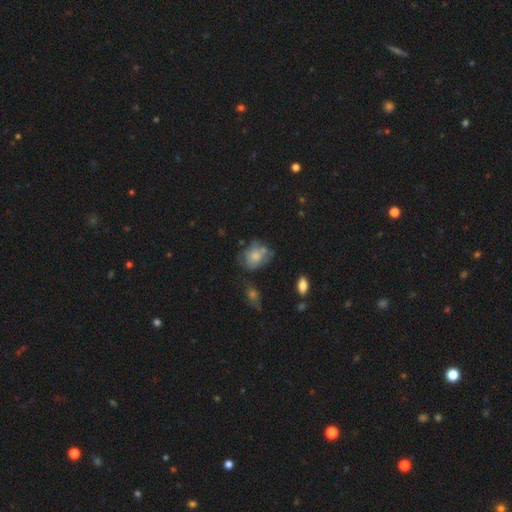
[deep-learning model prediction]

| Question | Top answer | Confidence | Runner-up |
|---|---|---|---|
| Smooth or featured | smooth | 66% | featured or disk (26%) |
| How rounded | in between | 51% | round (48%) |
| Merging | none | 47% | minor disturbance (28%) |